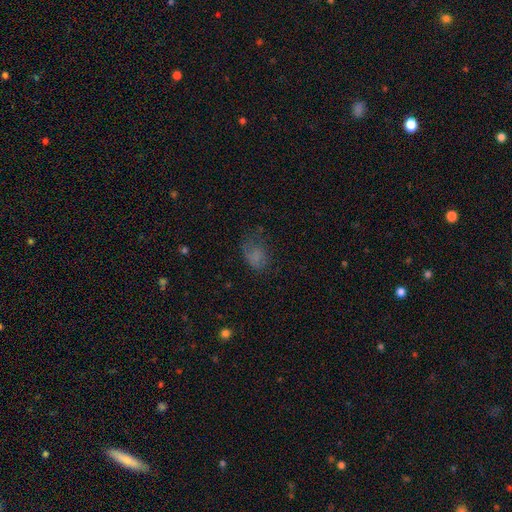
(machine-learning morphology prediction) smooth-or-featured: smooth: 69% | star or artifact: 16% | featured or disk: 15%
  how-rounded: in between: 75% | round: 24% | cigar-shaped: 1%
  merging: none: 42% | minor disturbance: 28% | major disturbance: 28% | merger: 2%